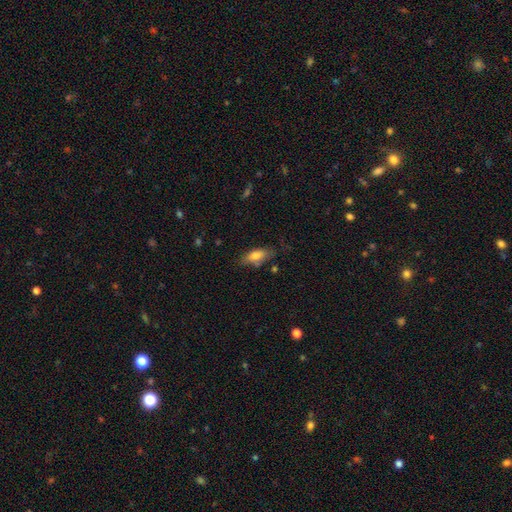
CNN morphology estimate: A smooth galaxy with no disk features (75%) that is in between round and cigar-shaped (77%). Merging: none (63%).